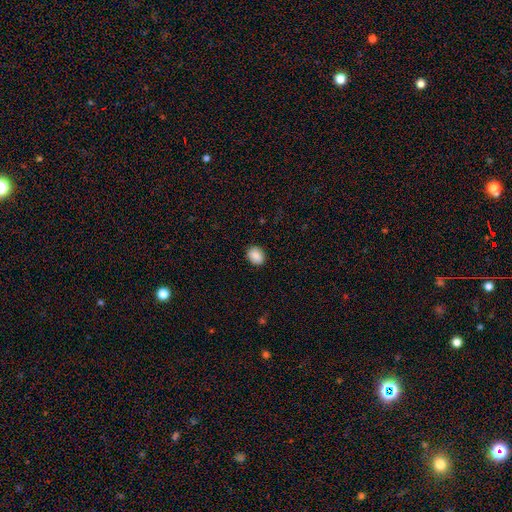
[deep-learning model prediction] Smooth or featured: smooth — 89% (star or artifact — 8%)
How rounded: in between — 56% (round — 43%)
Merging: none — 88% (minor disturbance — 9%)